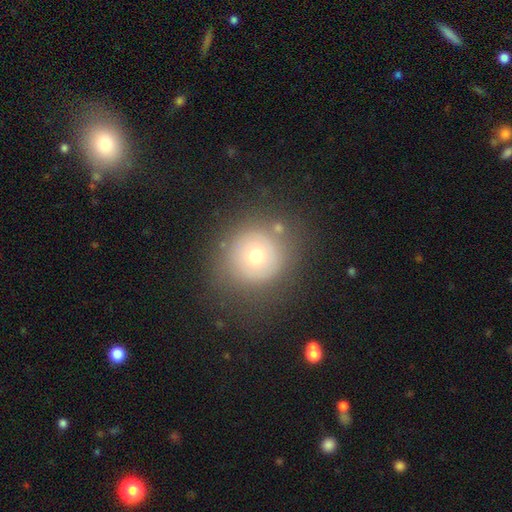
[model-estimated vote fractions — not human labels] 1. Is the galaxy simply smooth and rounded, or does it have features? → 61% smooth, 25% featured or disk, 14% star or artifact.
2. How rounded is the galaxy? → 93% round, 6% in between, 1% cigar-shaped.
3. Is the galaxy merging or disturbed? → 76% none, 13% minor disturbance, 8% major disturbance, 4% merger.